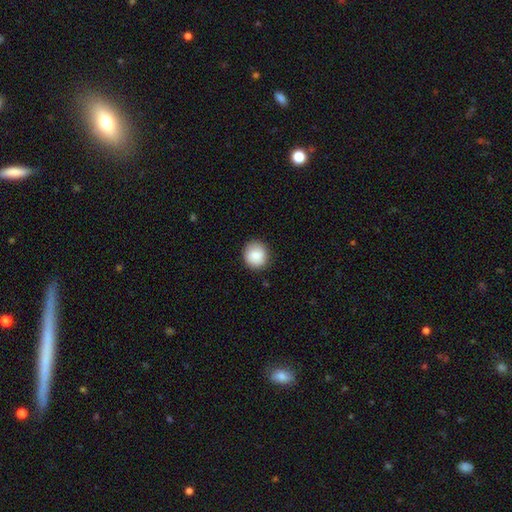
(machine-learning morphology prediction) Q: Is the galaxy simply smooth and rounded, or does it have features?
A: smooth — 86%.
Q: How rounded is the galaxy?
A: round — 90%.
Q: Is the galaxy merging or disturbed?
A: none — 89%.